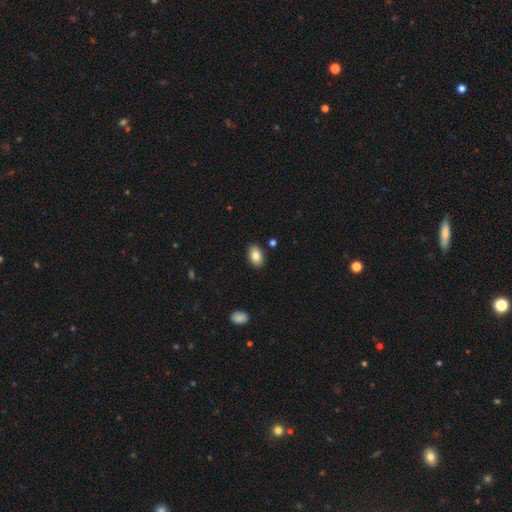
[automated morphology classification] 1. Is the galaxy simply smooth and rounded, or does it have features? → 83% smooth, 9% featured or disk, 8% star or artifact.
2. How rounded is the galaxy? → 91% in between, 7% round, 2% cigar-shaped.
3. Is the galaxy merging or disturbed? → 87% none, 9% minor disturbance, 2% major disturbance, 2% merger.